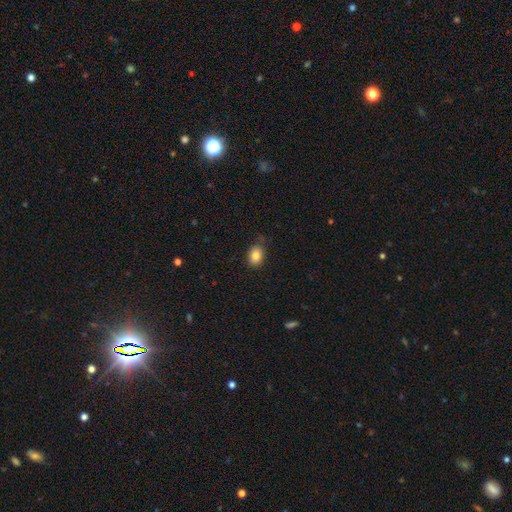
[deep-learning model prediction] smooth 84%, star or artifact 9%, featured or disk 7%. Down the decision tree: how rounded — in between (74%); merging — none (79%).